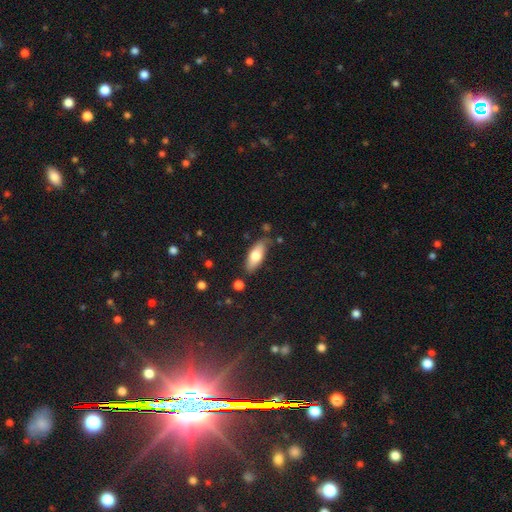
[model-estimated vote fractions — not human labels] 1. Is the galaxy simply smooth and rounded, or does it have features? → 70% smooth, 24% featured or disk, 6% star or artifact.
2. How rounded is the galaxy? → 73% in between, 25% cigar-shaped, 2% round.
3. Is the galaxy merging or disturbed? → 76% none, 17% minor disturbance, 4% merger, 3% major disturbance.